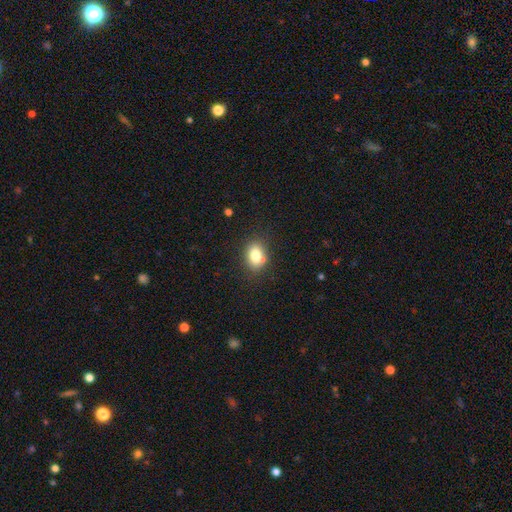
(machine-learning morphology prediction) Smooth or featured? smooth (79%)
How rounded? in between (65%)
Merging? none (72%)